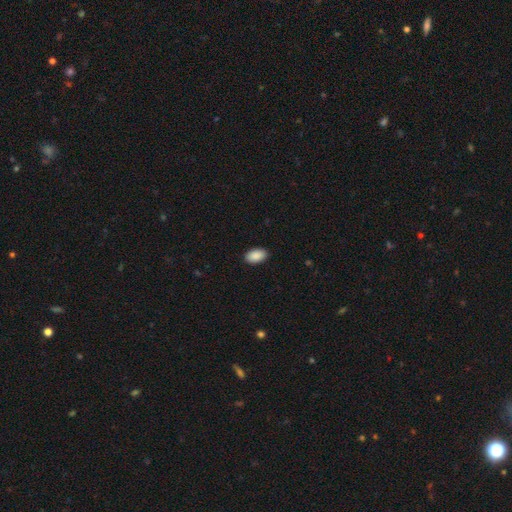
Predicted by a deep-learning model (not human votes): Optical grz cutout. It shows a smooth galaxy with no disk features (91%) that is in between round and cigar-shaped (94%). Merging: none (90%).